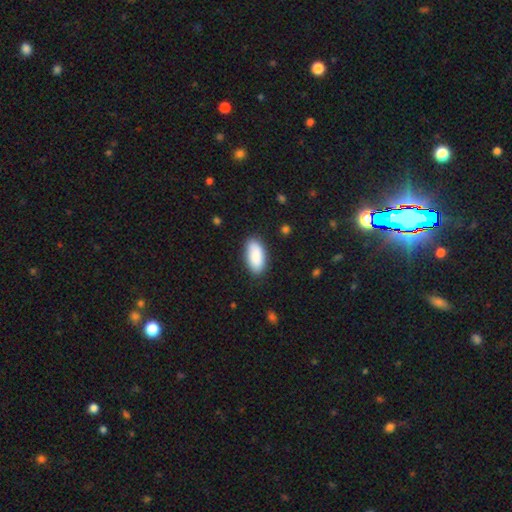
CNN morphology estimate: A smooth galaxy with no disk features (88%) that is in between round and cigar-shaped (92%).

Vote fractions:
- Smooth or featured? smooth: 88% / featured or disk: 6% / star or artifact: 6%
- How rounded? in between: 92% / cigar-shaped: 6% / round: 2%
- Merging? none: 86% / minor disturbance: 11% / major disturbance: 2% / merger: 1%